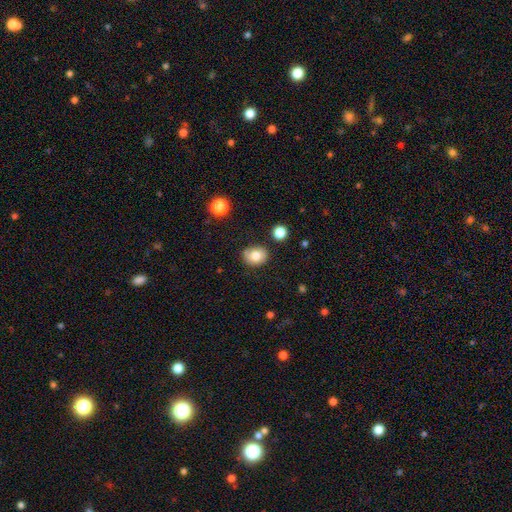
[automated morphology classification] The model was most divided on "how rounded": round: 55%, in between: 44%, cigar-shaped: 1%. More confident: smooth or featured — smooth (77%); merging — none (75%).